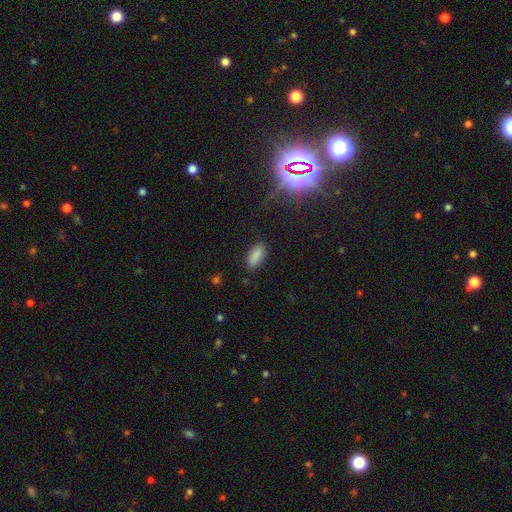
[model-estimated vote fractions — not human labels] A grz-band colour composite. It shows a smooth galaxy with no disk features (86%) that is in between round and cigar-shaped (87%). Merging: none (84%).